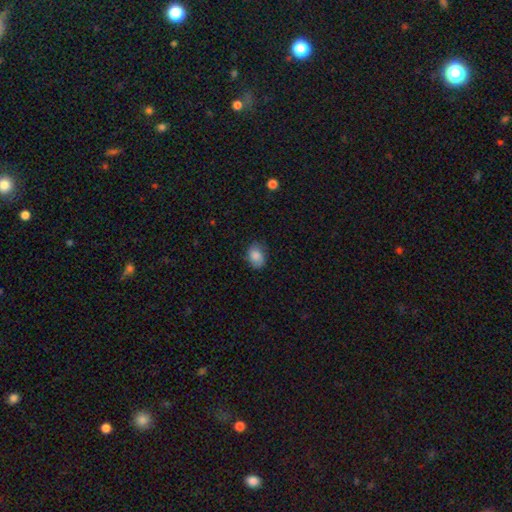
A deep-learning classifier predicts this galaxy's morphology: Q: Smooth or featured?
A: smooth (78%); runner-up: featured or disk (13%)
Q: How rounded?
A: in between (60%); runner-up: round (39%)
Q: Merging?
A: none (75%); runner-up: minor disturbance (19%)